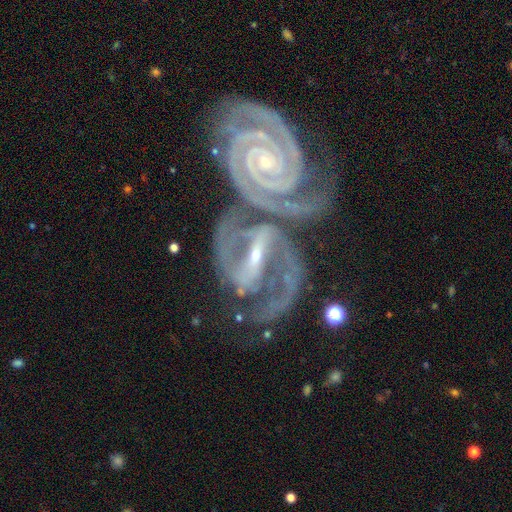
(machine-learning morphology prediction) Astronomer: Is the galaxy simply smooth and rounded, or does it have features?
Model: featured or disk — 93%.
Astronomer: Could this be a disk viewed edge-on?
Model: no — 97%.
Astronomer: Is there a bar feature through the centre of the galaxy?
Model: strong — 63%.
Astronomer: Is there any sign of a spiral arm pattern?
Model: yes — 99%.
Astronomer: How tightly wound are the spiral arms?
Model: tight — 68%.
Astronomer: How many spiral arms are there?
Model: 2 — 79%.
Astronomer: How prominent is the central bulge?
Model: small — 74%.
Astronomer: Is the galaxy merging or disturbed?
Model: merger — 55%.